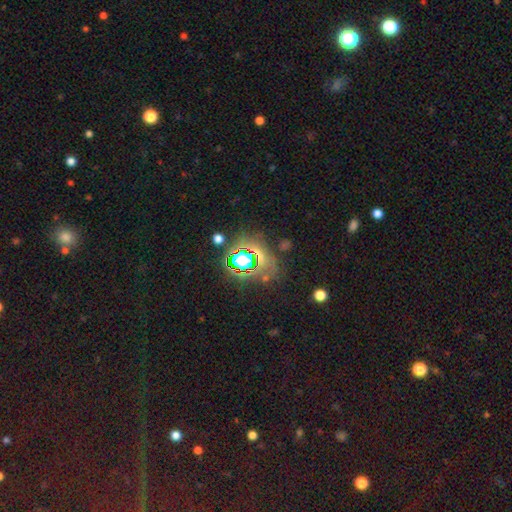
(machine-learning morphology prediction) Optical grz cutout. It shows a star or artifact, not a galaxy (62%).